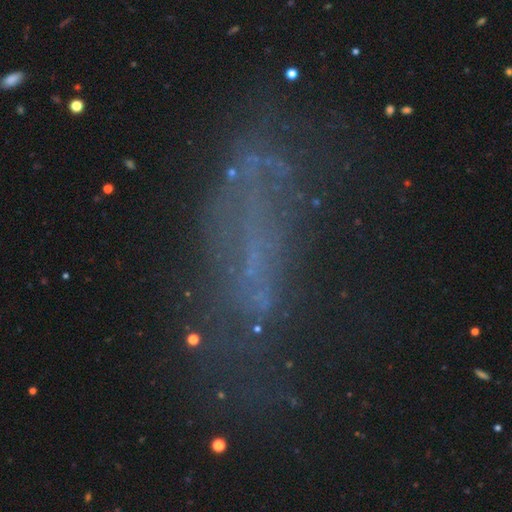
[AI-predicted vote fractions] Smooth or featured?
  - featured or disk: 44% *
  - star or artifact: 28%
  - smooth: 28%
Merging?
  - none: 45% *
  - major disturbance: 29%
  - minor disturbance: 21%
  - merger: 5%